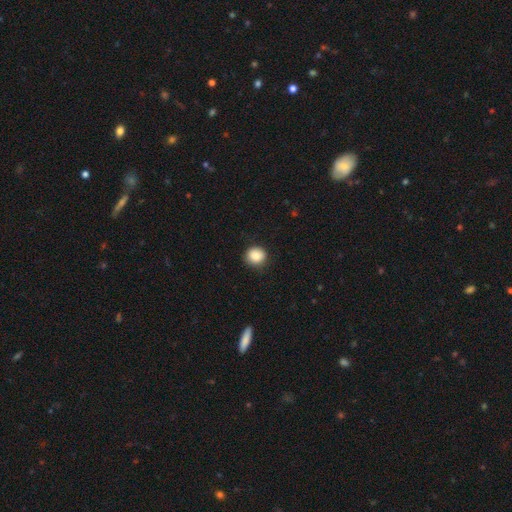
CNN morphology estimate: This is clearly a smooth galaxy (86%). How rounded: clearly round (85%). Merging: clearly none (88%).